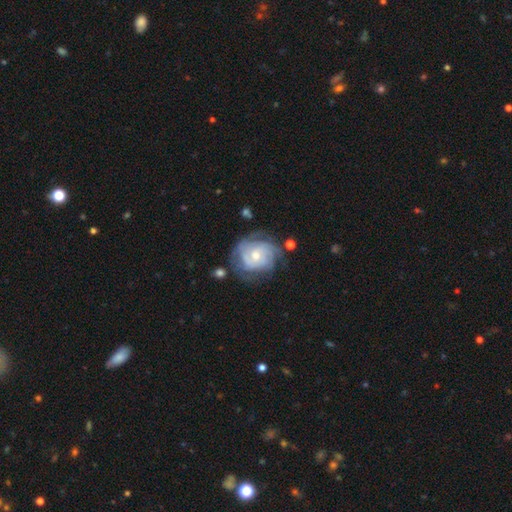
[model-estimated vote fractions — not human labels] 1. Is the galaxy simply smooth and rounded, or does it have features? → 77% featured or disk, 17% smooth, 6% star or artifact.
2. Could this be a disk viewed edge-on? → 97% no, 3% yes.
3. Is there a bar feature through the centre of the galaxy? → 70% no, 25% weak, 4% strong.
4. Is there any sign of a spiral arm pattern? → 89% yes, 11% no.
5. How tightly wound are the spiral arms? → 59% tight, 30% medium, 11% loose.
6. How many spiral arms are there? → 44% can't tell, 19% 3, 17% 2, 11% 4, 5% more than 4, 5% 1.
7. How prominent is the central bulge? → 48% moderate, 46% small, 3% large, 2% none, 1% dominant.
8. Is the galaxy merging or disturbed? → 61% none, 22% minor disturbance, 14% major disturbance, 3% merger.